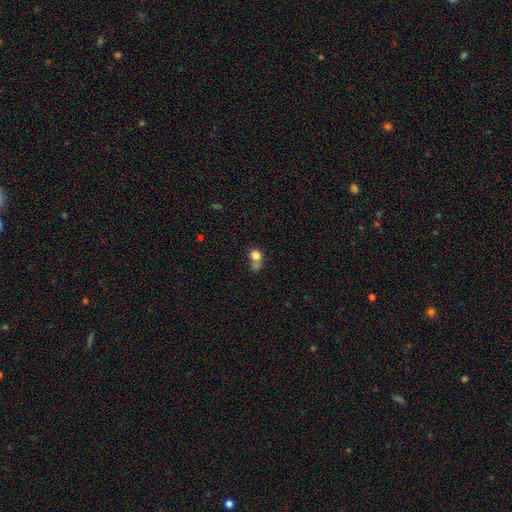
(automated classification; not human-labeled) The model was most divided on "merging": merger: 41%, none: 38%, minor disturbance: 13%, major disturbance: 9%. More confident: smooth or featured — smooth (78%); how rounded — round (73%).